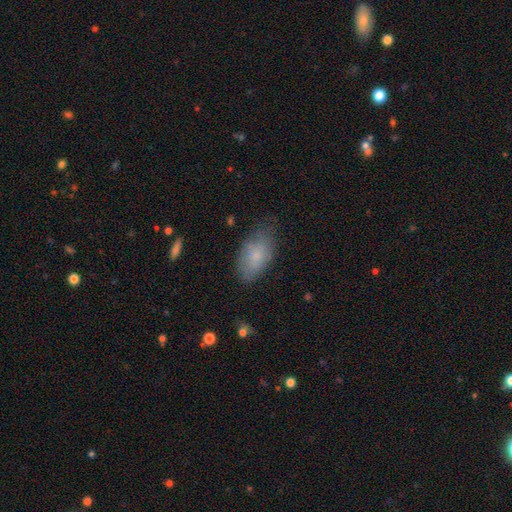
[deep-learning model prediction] A smooth galaxy with no disk features (79%) that is in between round and cigar-shaped (93%).

Vote fractions:
- Smooth or featured? smooth: 79% / featured or disk: 14% / star or artifact: 7%
- How rounded? in between: 93% / round: 4% / cigar-shaped: 2%
- Merging? none: 66% / minor disturbance: 25% / major disturbance: 7% / merger: 1%